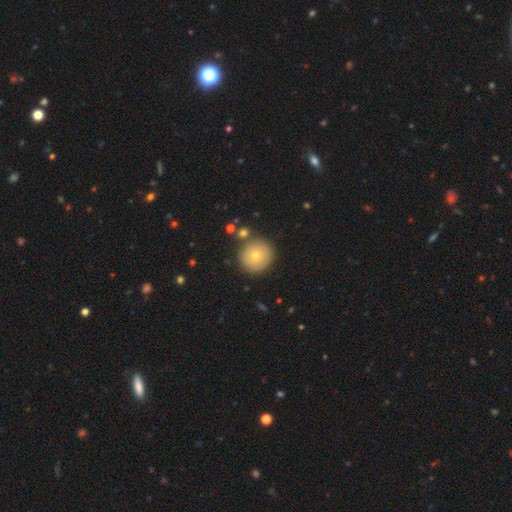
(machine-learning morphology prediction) smooth 71%, featured or disk 19%, star or artifact 10%. Down the decision tree: how rounded — round (94%); merging — none (83%).